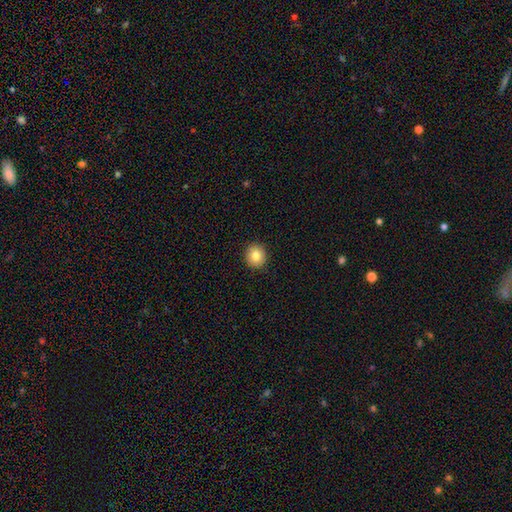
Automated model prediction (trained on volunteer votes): A smooth galaxy with no disk features (83%) that is round (87%). Merging: none (92%).